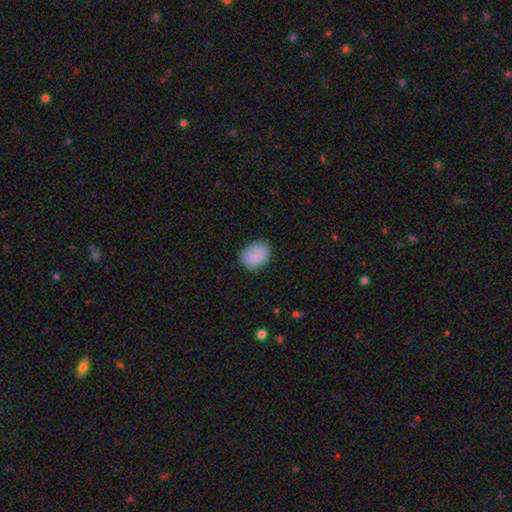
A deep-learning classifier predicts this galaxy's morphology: Smooth or featured? Predicted: smooth (p=0.87). How rounded? Predicted: in between (p=0.72). Merging? Predicted: none (p=0.80).